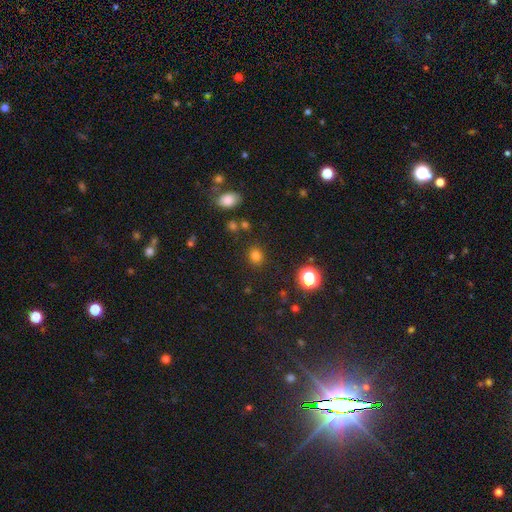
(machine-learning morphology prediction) Smooth or featured?
  - smooth: 78% *
  - star or artifact: 17%
  - featured or disk: 5%
How rounded?
  - round: 71% *
  - in between: 28%
  - cigar-shaped: 1%
Merging?
  - none: 85% *
  - minor disturbance: 9%
  - merger: 3%
  - major disturbance: 3%